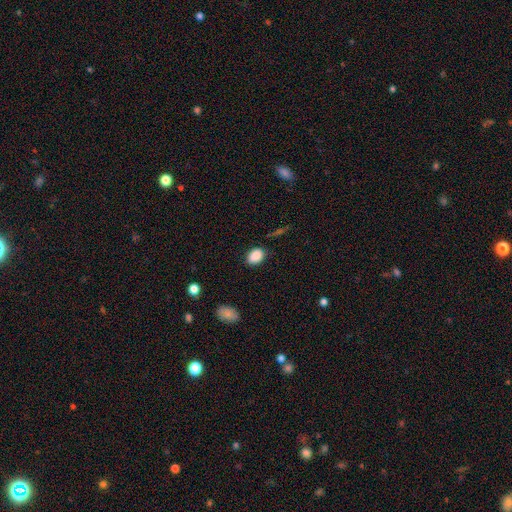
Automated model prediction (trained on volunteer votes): The model was most divided on "how rounded": in between: 74%, round: 25%, cigar-shaped: 1%. More confident: smooth or featured — smooth (88%); merging — none (82%).